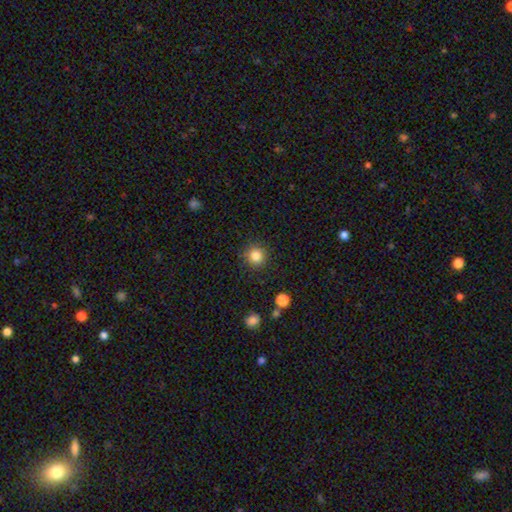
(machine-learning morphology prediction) Q: Smooth or featured?
A: smooth (84%); runner-up: star or artifact (11%)
Q: How rounded?
A: round (94%); runner-up: in between (5%)
Q: Merging?
A: none (90%); runner-up: minor disturbance (7%)